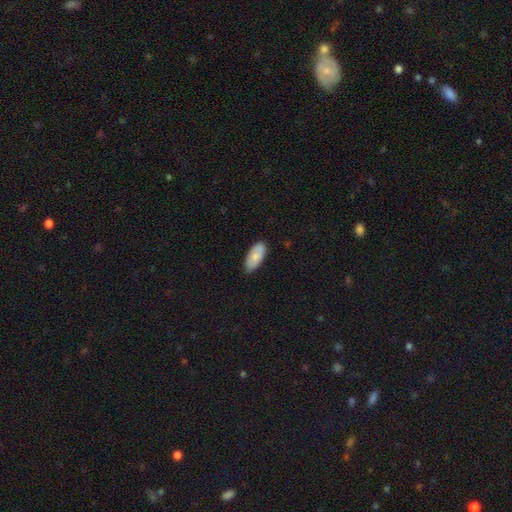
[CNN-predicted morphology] A smooth galaxy with no disk features (79%) that is in between round and cigar-shaped (91%).

Vote fractions:
- Smooth or featured? smooth: 79% / featured or disk: 15% / star or artifact: 6%
- How rounded? in between: 91% / cigar-shaped: 7% / round: 2%
- Merging? none: 82% / minor disturbance: 15% / major disturbance: 2% / merger: 1%